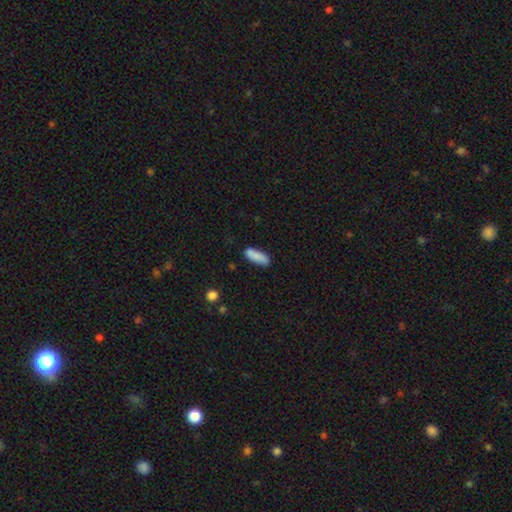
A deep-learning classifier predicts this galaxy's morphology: type=smooth (85%); roundness=in between (59%); merging=none (75%).